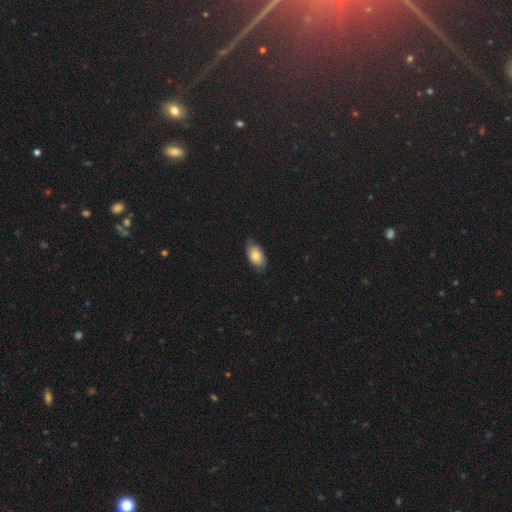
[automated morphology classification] The model was most divided on "merging": none: 72%, minor disturbance: 23%, major disturbance: 4%, merger: 1%. More confident: how rounded — in between (92%); smooth or featured — smooth (81%).